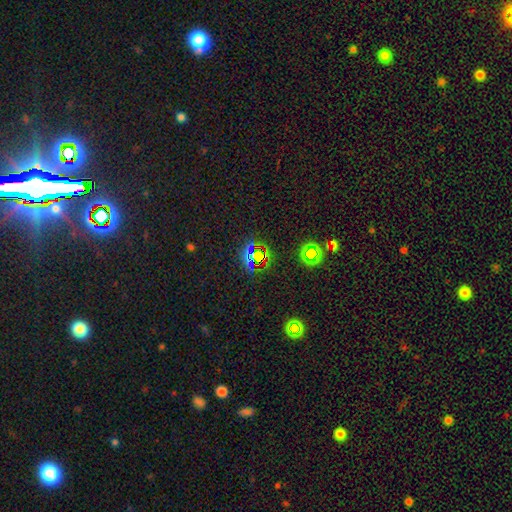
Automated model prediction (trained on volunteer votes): star or artifact 71%, smooth 19%, featured or disk 11%.